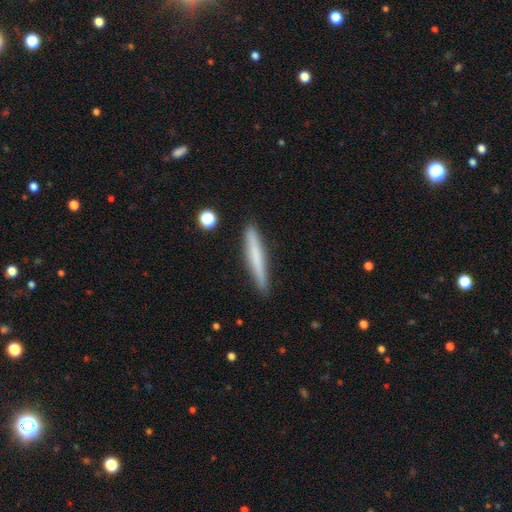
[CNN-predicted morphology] A smooth galaxy with no disk features (64%) that is cigar-shaped (95%). Merging: none (89%).